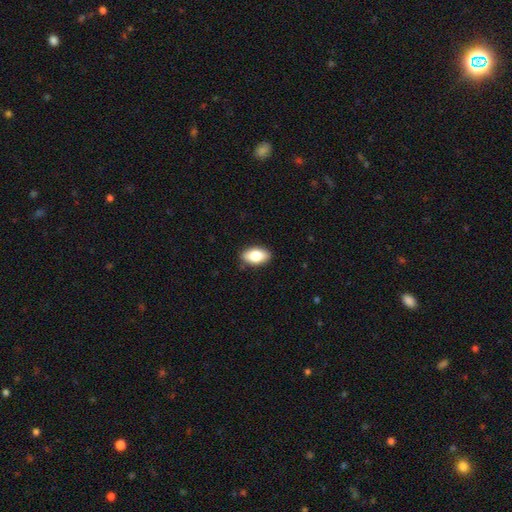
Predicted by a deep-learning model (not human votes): smooth 81%, featured or disk 13%, star or artifact 7%. Down the decision tree: how rounded — in between (91%); merging — none (88%).